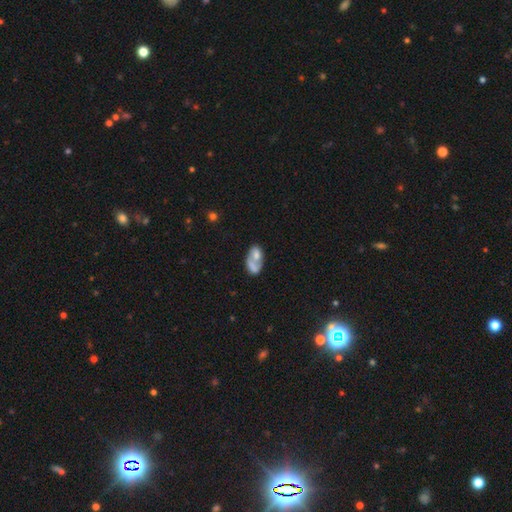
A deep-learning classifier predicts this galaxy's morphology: This appears to be a smooth galaxy with no disk features (57%) that is in between round and cigar-shaped (88%). Merging: merger (44%).